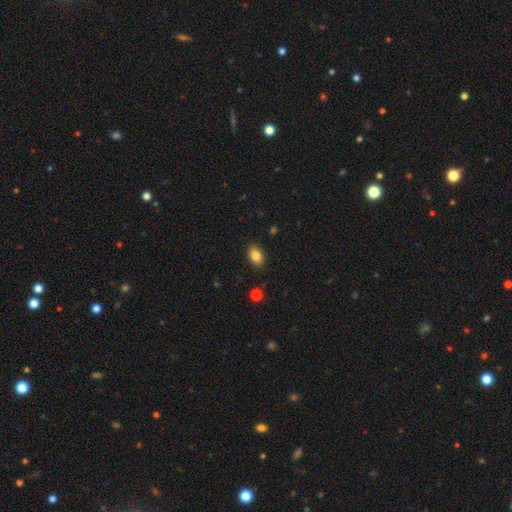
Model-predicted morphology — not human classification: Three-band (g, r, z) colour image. It shows a smooth galaxy with no disk features (85%) that is in between round and cigar-shaped (86%). Merging: none (87%).